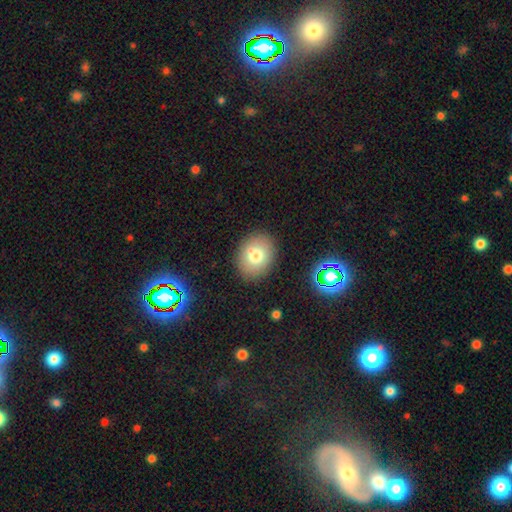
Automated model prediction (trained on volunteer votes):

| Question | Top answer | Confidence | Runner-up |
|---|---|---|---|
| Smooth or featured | smooth | 75% | featured or disk (14%) |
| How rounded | round | 51% | in between (48%) |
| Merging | none | 84% | minor disturbance (10%) |